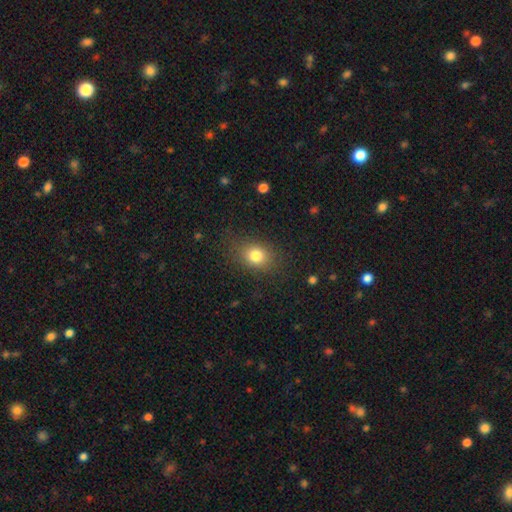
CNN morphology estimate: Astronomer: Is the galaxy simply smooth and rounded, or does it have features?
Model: smooth — 79%.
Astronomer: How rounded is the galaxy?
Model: in between — 51% (runner-up: round, 48%).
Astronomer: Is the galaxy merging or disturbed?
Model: none — 82%.